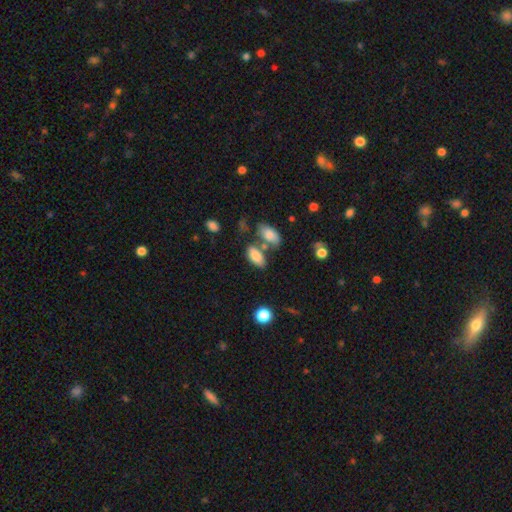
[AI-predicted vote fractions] This is clearly a smooth galaxy (83%). How rounded: clearly in between (90%). Merging: possibly none (55%).